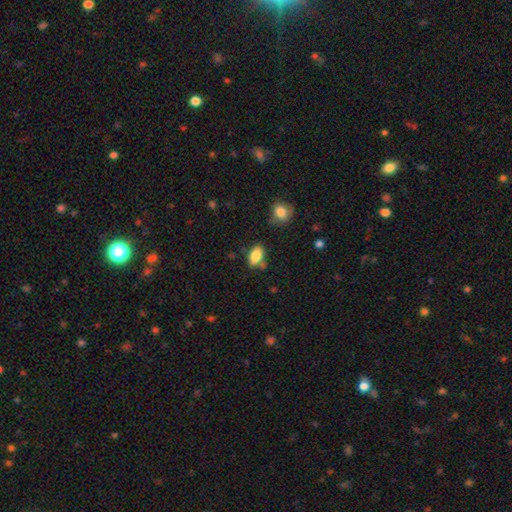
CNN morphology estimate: Smooth or featured? Predicted: smooth (p=0.84). How rounded? Predicted: in between (p=0.89). Merging? Predicted: none (p=0.68).